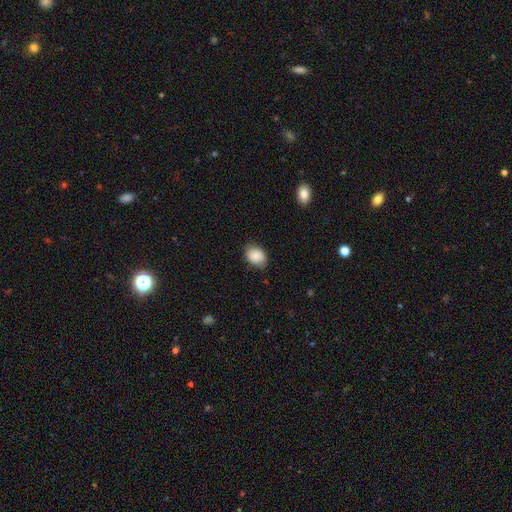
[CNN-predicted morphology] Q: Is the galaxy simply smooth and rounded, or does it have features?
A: smooth — 85%.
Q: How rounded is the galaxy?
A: in between — 69%.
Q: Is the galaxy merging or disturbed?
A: none — 79%.